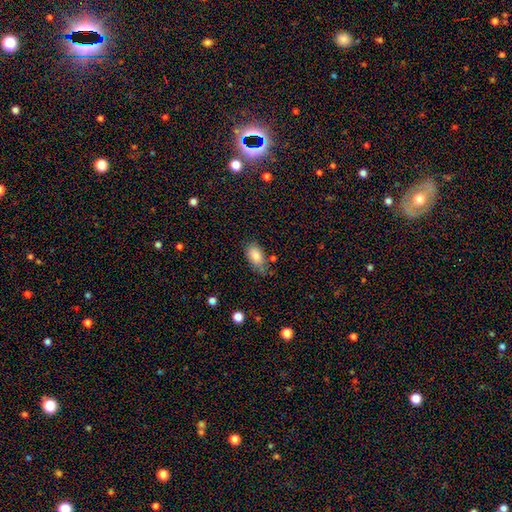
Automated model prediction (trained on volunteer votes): A smooth galaxy with no disk features (84%) that is in between round and cigar-shaped (92%).

Vote fractions:
- Smooth or featured? smooth: 84% / featured or disk: 9% / star or artifact: 8%
- How rounded? in between: 92% / round: 5% / cigar-shaped: 3%
- Merging? none: 57% / minor disturbance: 30% / major disturbance: 8% / merger: 5%